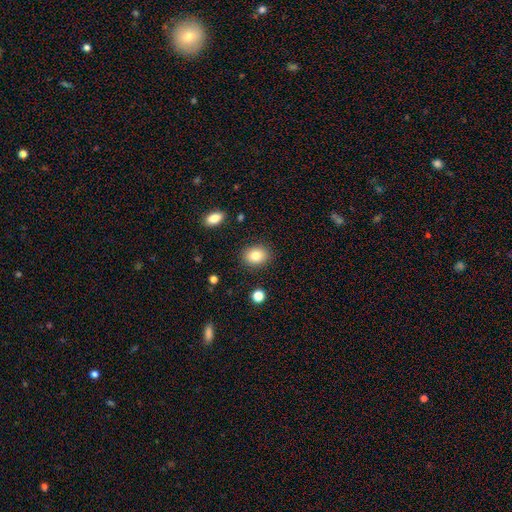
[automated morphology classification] Smooth or featured?
  - smooth: 81% *
  - star or artifact: 10%
  - featured or disk: 9%
How rounded?
  - in between: 53% *
  - round: 46%
  - cigar-shaped: 1%
Merging?
  - none: 88% *
  - minor disturbance: 8%
  - major disturbance: 2%
  - merger: 2%